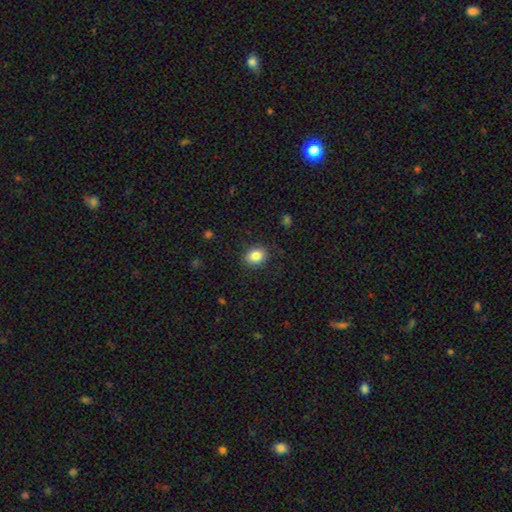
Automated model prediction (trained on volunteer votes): This is clearly a smooth galaxy (83%). How rounded: possibly in between (56%). Merging: clearly none (87%).